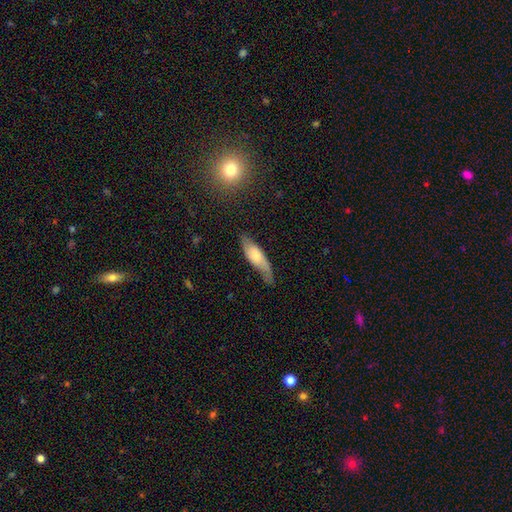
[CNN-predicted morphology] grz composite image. It shows a smooth galaxy with no disk features (50%). Merging: none (61%).